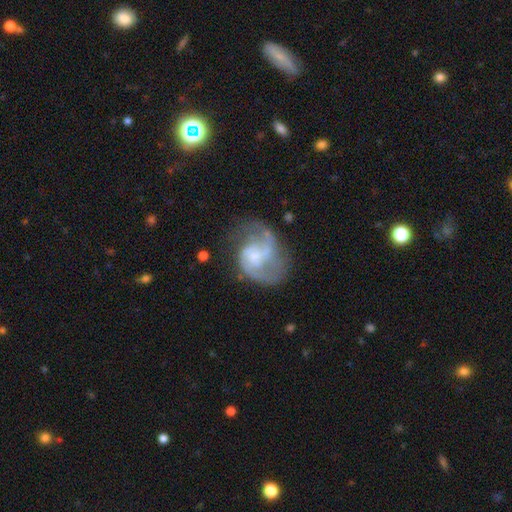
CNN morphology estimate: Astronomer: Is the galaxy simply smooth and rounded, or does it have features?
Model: featured or disk — 79%.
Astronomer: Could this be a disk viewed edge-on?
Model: no — 98%.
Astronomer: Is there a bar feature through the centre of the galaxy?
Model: no — 56% (runner-up: weak, 38%).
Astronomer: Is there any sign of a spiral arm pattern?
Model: yes — 89%.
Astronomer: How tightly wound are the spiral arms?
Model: medium — 48% (runner-up: loose, 34%).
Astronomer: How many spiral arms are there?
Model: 2 — 67%.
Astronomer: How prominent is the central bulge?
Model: small — 50% (runner-up: moderate, 27%).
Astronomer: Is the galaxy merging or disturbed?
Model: none — 46% (runner-up: major disturbance, 28%).